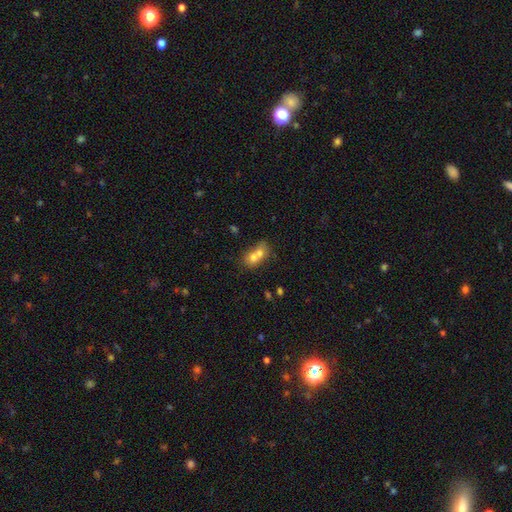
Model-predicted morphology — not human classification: The model was most divided on "how rounded": in between: 51%, round: 47%, cigar-shaped: 2%. More confident: merging — merger (73%); smooth or featured — smooth (65%).